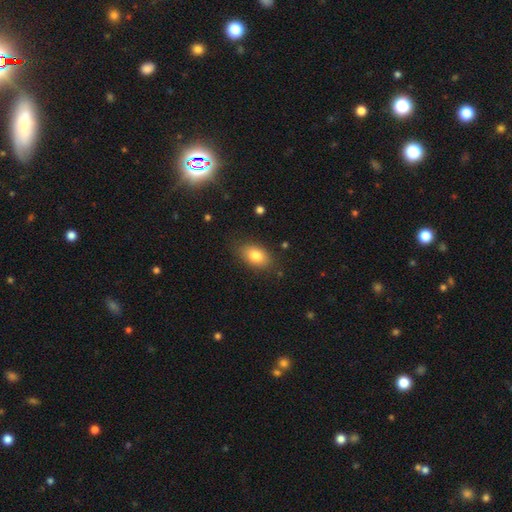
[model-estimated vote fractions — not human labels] Smooth or featured? Predicted: smooth (p=0.82). How rounded? Predicted: in between (p=0.87). Merging? Predicted: none (p=0.80).